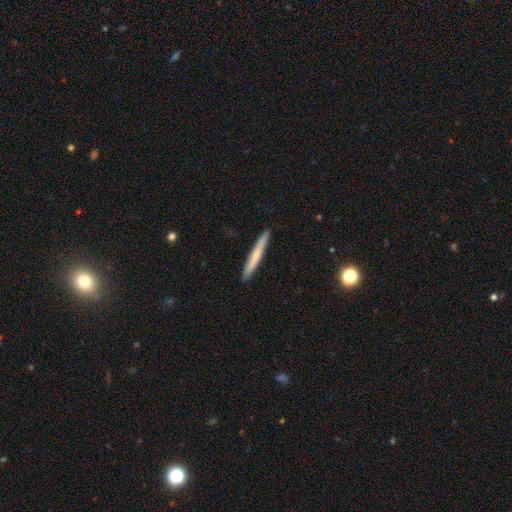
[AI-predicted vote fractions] A smooth galaxy with no disk features (60%) that is cigar-shaped (96%).

Vote fractions:
- Smooth or featured? smooth: 60% / featured or disk: 34% / star or artifact: 6%
- How rounded? cigar-shaped: 96% / in between: 2% / round: 1%
- Merging? none: 92% / minor disturbance: 6% / major disturbance: 1% / merger: 1%